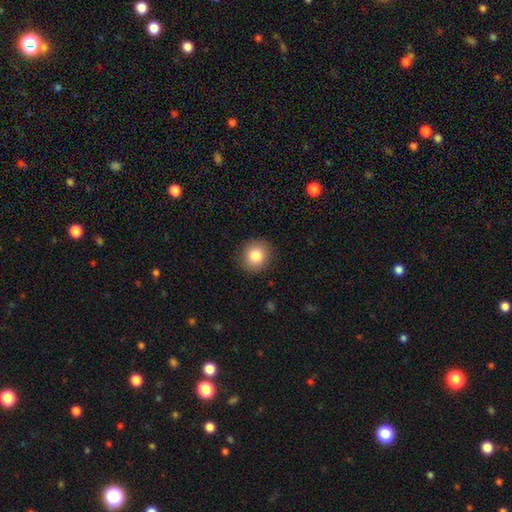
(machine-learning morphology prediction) smooth-or-featured: smooth: 84% | star or artifact: 9% | featured or disk: 7%
  how-rounded: round: 86% | in between: 13% | cigar-shaped: 1%
  merging: none: 90% | minor disturbance: 7% | major disturbance: 2% | merger: 1%